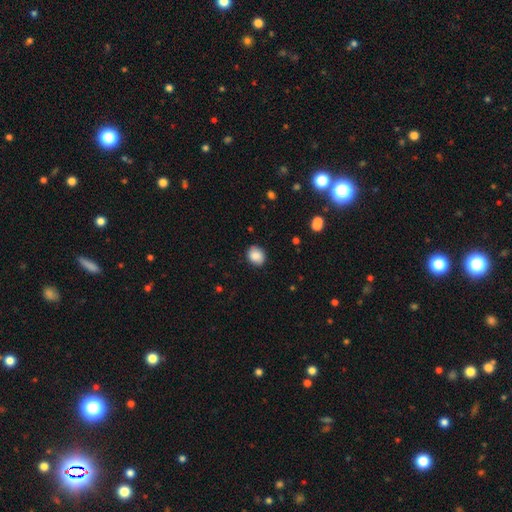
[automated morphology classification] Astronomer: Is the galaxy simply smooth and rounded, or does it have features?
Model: smooth — 87%.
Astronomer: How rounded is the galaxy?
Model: round — 59% (runner-up: in between, 40%).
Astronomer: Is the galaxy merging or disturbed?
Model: none — 86%.